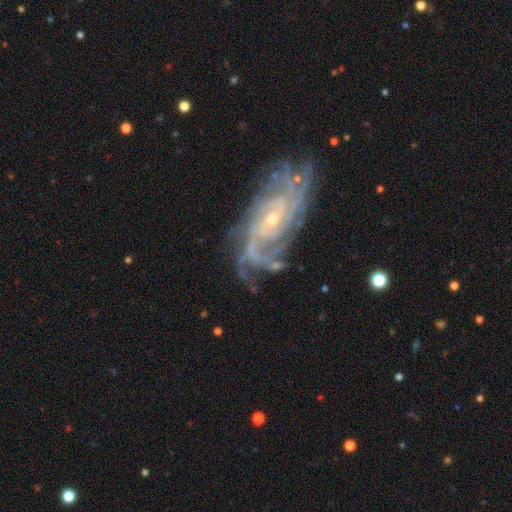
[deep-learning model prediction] featured or disk 89%, star or artifact 6%, smooth 5%. Down the decision tree: edge-on disk — no (96%); bar — no (57%); spiral arms — yes (97%); spiral arm count — 4 (23%); spiral winding — tight (55%); bulge size — small (74%); merging — none (63%).